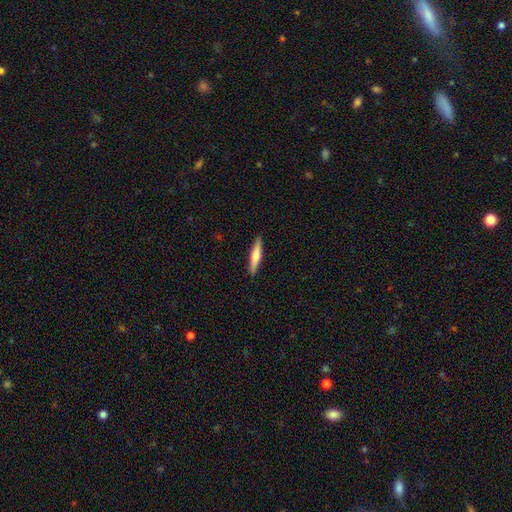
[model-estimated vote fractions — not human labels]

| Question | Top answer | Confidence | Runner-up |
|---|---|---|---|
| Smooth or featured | smooth | 63% | featured or disk (32%) |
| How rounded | cigar-shaped | 88% | in between (11%) |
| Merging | none | 91% | minor disturbance (7%) |